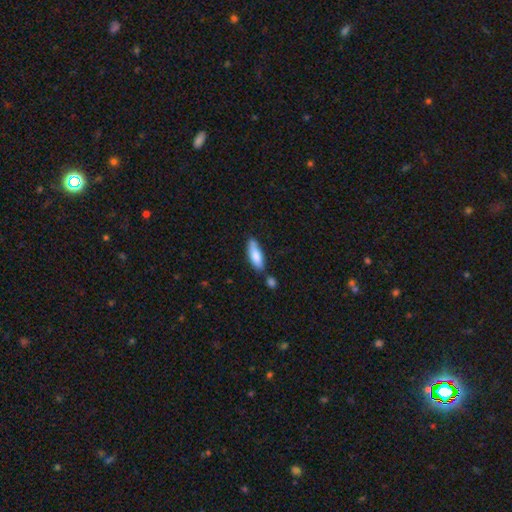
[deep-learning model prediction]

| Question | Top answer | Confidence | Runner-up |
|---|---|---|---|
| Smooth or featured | smooth | 81% | featured or disk (13%) |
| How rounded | in between | 54% | cigar-shaped (44%) |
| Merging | none | 61% | minor disturbance (20%) |